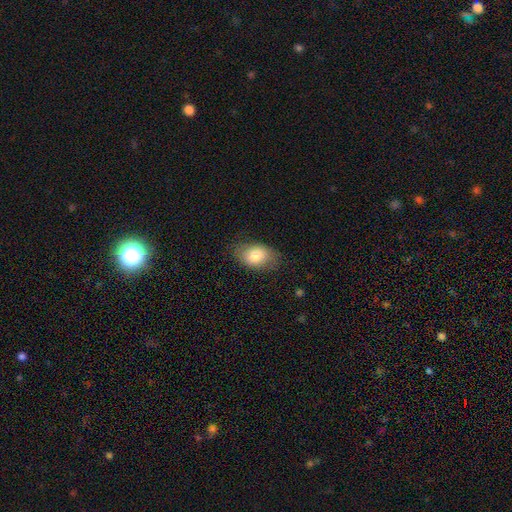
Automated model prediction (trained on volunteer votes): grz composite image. It shows a smooth galaxy with no disk features (80%) that is in between round and cigar-shaped (83%). Merging: none (76%).